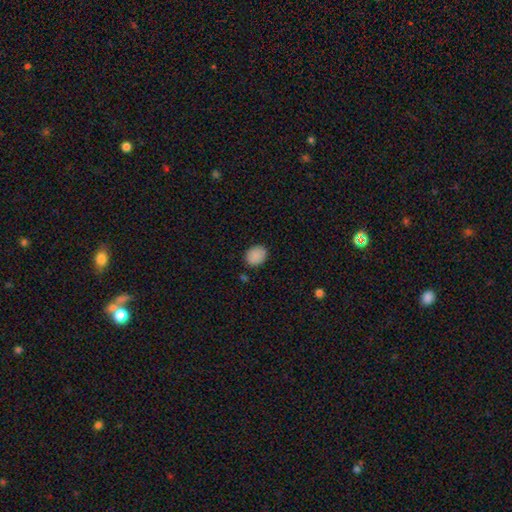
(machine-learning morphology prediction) Smooth or featured: smooth — 88% (star or artifact — 8%)
How rounded: in between — 52% (round — 47%)
Merging: none — 86% (minor disturbance — 10%)